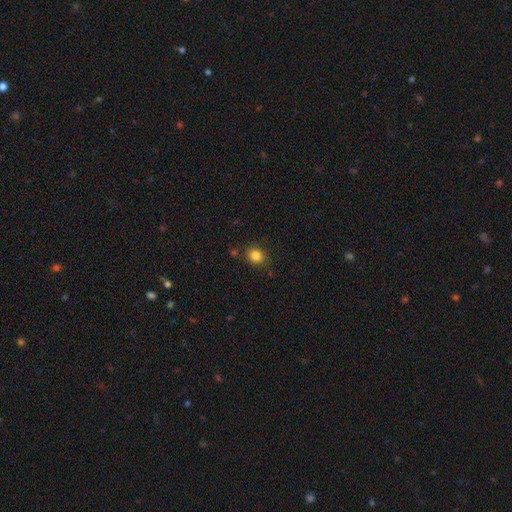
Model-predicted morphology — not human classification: This appears to be a smooth galaxy with no disk features (83%) that is round (70%). Merging: none (84%).